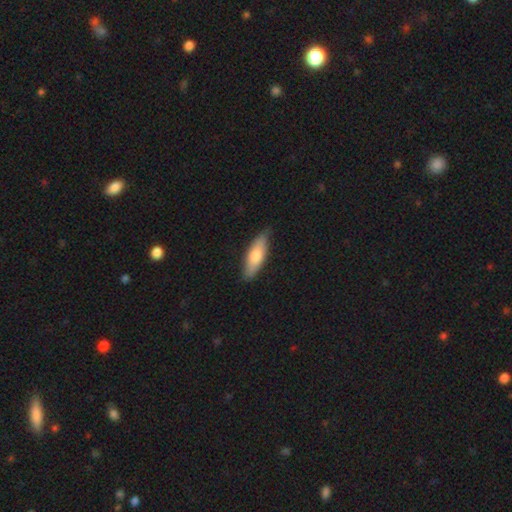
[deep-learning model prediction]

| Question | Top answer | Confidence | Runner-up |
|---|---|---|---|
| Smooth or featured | smooth | 69% | featured or disk (26%) |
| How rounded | in between | 55% | cigar-shaped (43%) |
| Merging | none | 80% | minor disturbance (16%) |